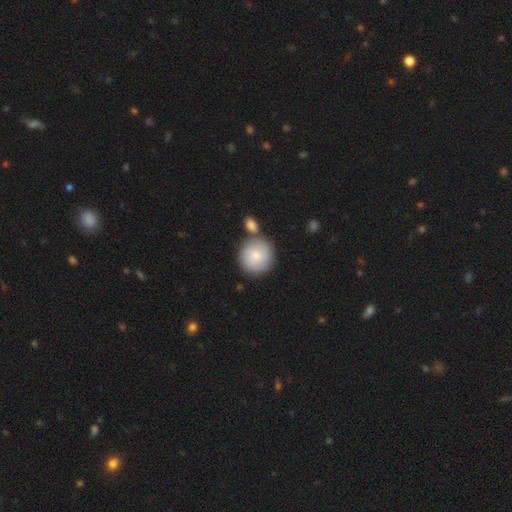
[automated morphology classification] Smooth or featured? Predicted: smooth (p=0.79). How rounded? Predicted: round (p=0.92). Merging? Predicted: none (p=0.62).